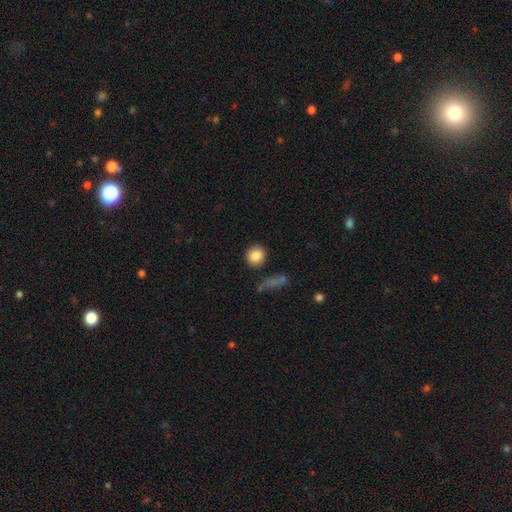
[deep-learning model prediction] Smooth or featured? smooth (85%)
How rounded? round (89%)
Merging? none (85%)